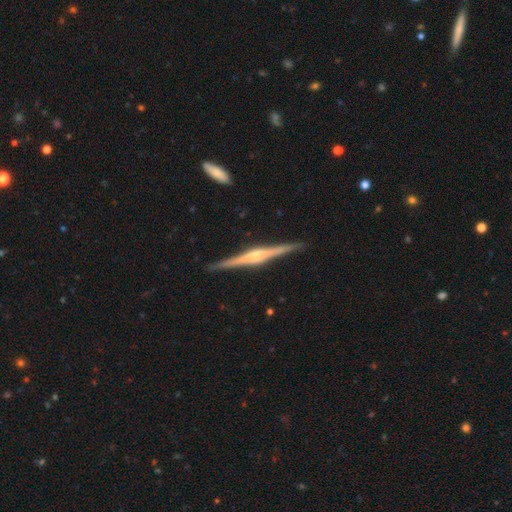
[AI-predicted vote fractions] Smooth or featured? featured or disk (85%)
Edge-on disk? yes (99%)
Edge-on bulge? rounded (65%)
Merging? none (91%)